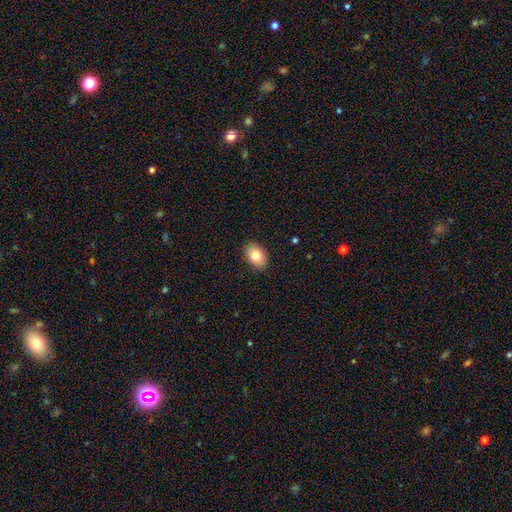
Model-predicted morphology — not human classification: smooth 81%, featured or disk 12%, star or artifact 8%. Down the decision tree: how rounded — in between (84%); merging — none (89%).